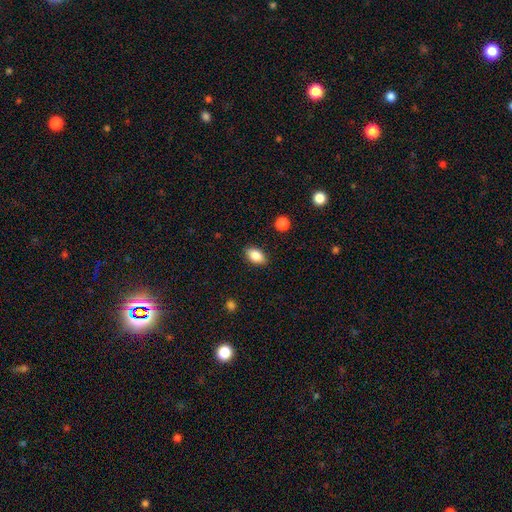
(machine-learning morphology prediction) smooth_or_featured: smooth (p=0.86) [alt: star or artifact p=0.08]
how_rounded: in between (p=0.89) [alt: round p=0.08]
merging: none (p=0.88) [alt: minor disturbance p=0.09]